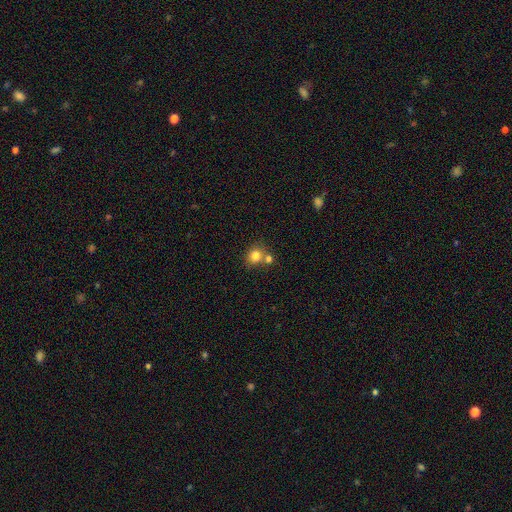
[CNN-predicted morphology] type=smooth (80%); roundness=round (79%); merging=none (56%).